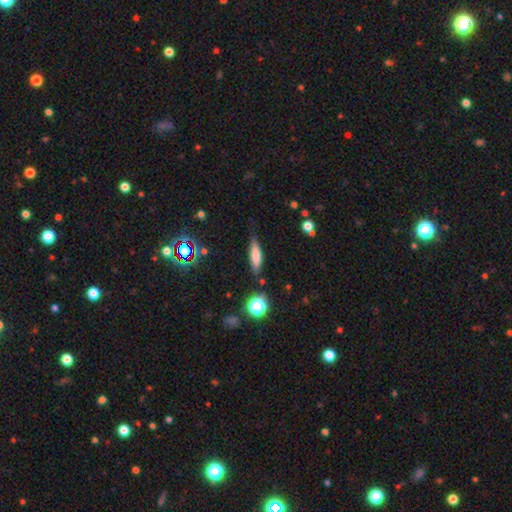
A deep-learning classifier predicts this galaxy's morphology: This is likely a smooth galaxy (68%). How rounded: likely cigar-shaped (65%). Merging: likely none (78%).